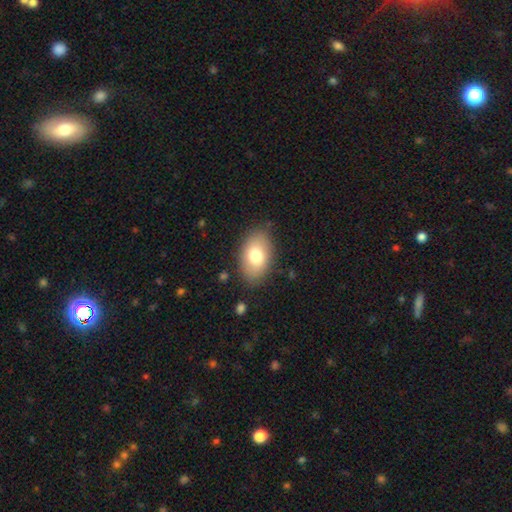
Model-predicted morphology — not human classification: Overall: smooth (77%). How rounded: in between (91%). Merging: none (84%).